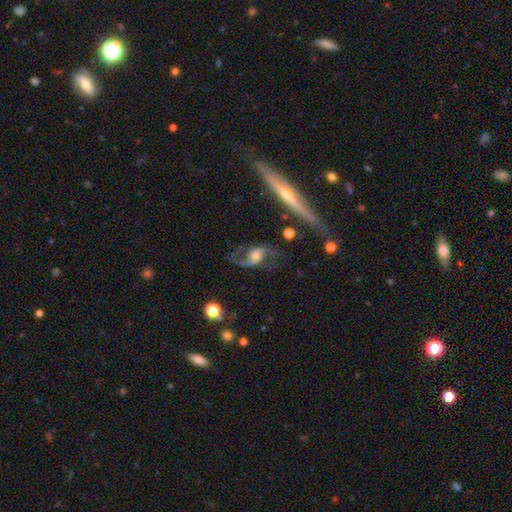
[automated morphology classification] A featured or disk galaxy (84%) with no bar (52%), 2 (91%) loose (73%) spiral arms (94%) and a moderate central bulge (51%).

Vote fractions:
- Smooth or featured? featured or disk: 84% / smooth: 9% / star or artifact: 7%
- Edge-on disk? no: 93% / yes: 7%
- Bar? no: 52% / weak: 34% / strong: 14%
- Spiral arms? yes: 94% / no: 6%
- Spiral winding? loose: 73% / medium: 22% / tight: 5%
- Spiral arm count? 2: 91% / 1: 3% / can't tell: 3% / 3: 1% / 4: 1% / more than 4: 1%
- Bulge size? moderate: 51% / small: 34% / large: 10% / none: 4% / dominant: 2%
- Merging? none: 62% / minor disturbance: 17% / major disturbance: 16% / merger: 4%